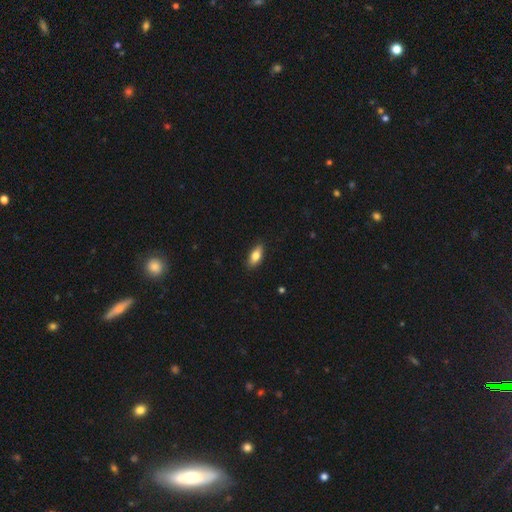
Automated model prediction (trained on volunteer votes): The model was most divided on "smooth or featured": smooth: 77%, featured or disk: 17%, star or artifact: 7%. More confident: merging — none (87%); how rounded — in between (80%).